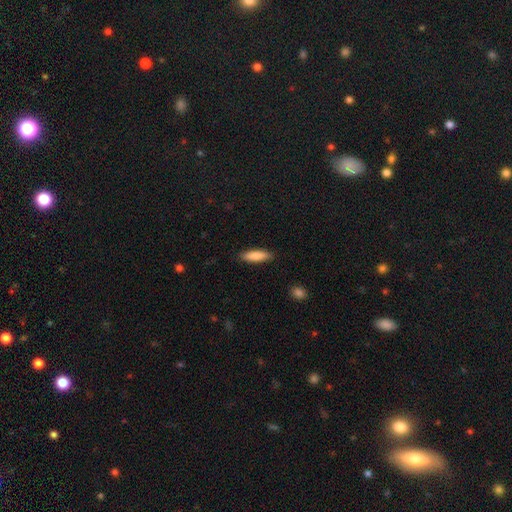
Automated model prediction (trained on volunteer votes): Smooth or featured?
  - smooth: 83% *
  - featured or disk: 12%
  - star or artifact: 6%
How rounded?
  - cigar-shaped: 67% *
  - in between: 31%
  - round: 1%
Merging?
  - none: 88% *
  - minor disturbance: 9%
  - major disturbance: 2%
  - merger: 1%